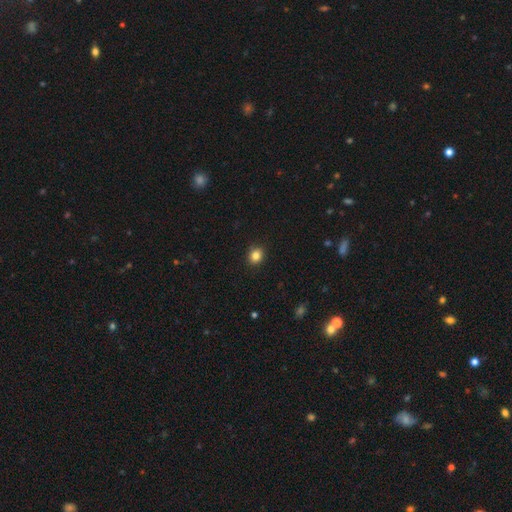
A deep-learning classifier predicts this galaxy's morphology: Smooth or featured? Predicted: smooth (p=0.85). How rounded? Predicted: round (p=0.69). Merging? Predicted: none (p=0.90).